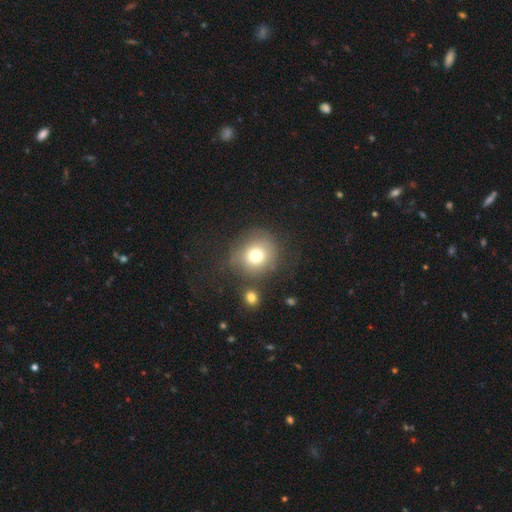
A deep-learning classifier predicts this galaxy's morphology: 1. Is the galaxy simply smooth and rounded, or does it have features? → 72% smooth, 15% featured or disk, 12% star or artifact.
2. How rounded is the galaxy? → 84% round, 15% in between, 1% cigar-shaped.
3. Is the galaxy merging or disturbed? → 67% none, 16% minor disturbance, 9% major disturbance, 9% merger.